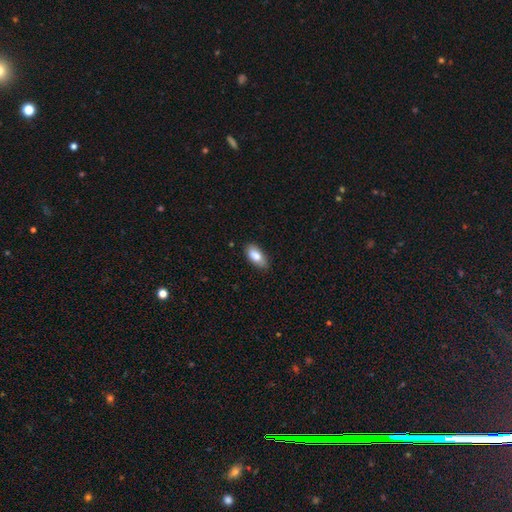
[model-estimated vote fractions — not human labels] A smooth galaxy with no disk features (84%) that is in between round and cigar-shaped (89%). Merging: none (80%).